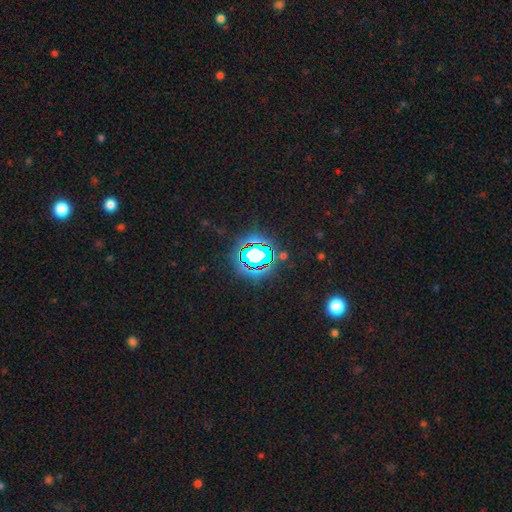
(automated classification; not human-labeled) smooth-or-featured: star or artifact: 69% | smooth: 18% | featured or disk: 14%